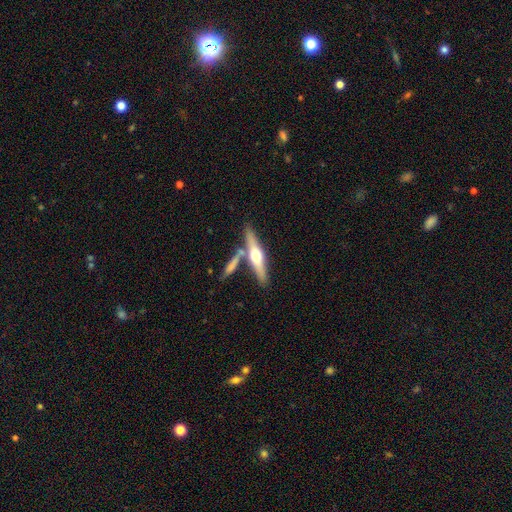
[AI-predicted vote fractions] Morphology: type=featured or disk (60%); edge-on=yes (94%); edge-on bulge=rounded (94%); merging=none (64%).